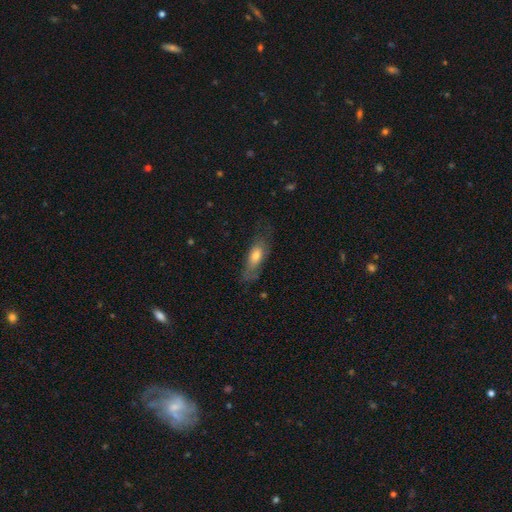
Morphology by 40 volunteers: Smooth or featured? smooth (52%)
How rounded? in between (81%)
Merging? none (64%)